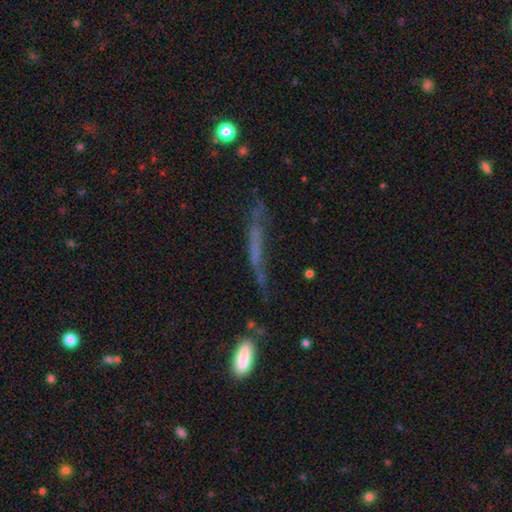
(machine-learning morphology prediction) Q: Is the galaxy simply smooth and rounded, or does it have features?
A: smooth — 41%, tied with featured or disk.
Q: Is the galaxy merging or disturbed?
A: none — 44%.